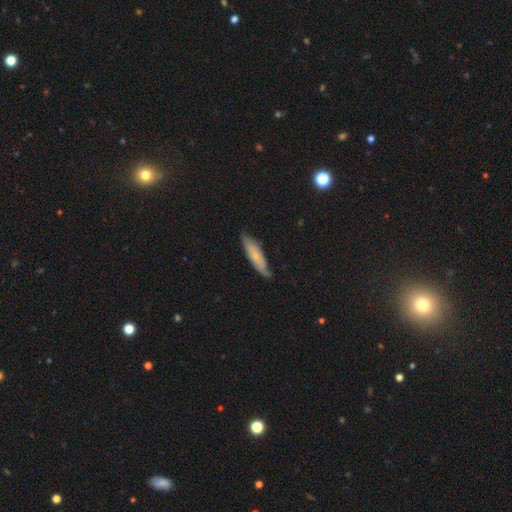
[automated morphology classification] A smooth galaxy with no disk features (63%) that is cigar-shaped (67%). Merging: none (73%).